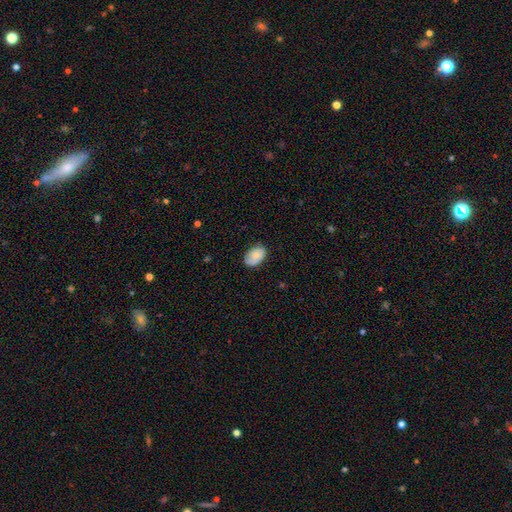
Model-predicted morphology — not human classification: smooth-or-featured: smooth: 75% | featured or disk: 18% | star or artifact: 7%
  how-rounded: in between: 87% | round: 12% | cigar-shaped: 1%
  merging: none: 73% | minor disturbance: 21% | major disturbance: 4% | merger: 1%